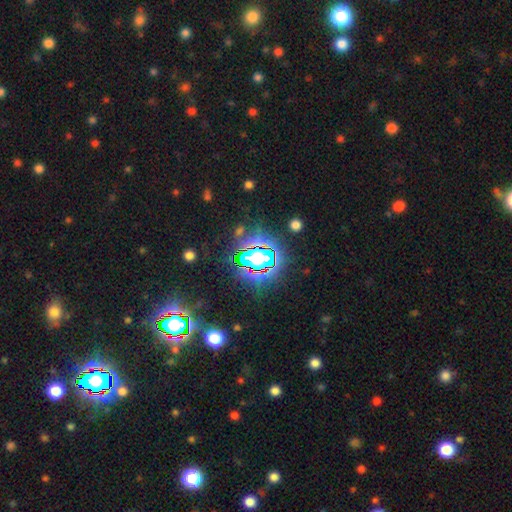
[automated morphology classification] The model was most divided on "smooth or featured": star or artifact: 82%, smooth: 11%, featured or disk: 7%.